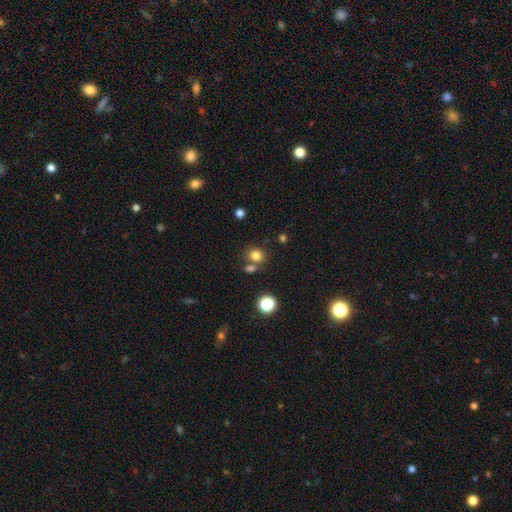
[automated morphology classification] This appears to be a smooth galaxy with no disk features (79%) that is round (69%). Merging: none (64%).